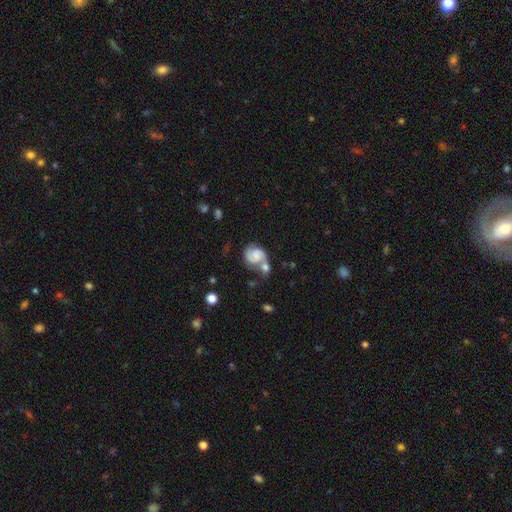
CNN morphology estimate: Overall: featured or disk (68%). Edge-on disk: no (98%). Bar: no (60%; weak 32%). Spiral arms: yes (93%). Spiral arm count: 2 (85%). Spiral winding: medium (49%; tight 32%). Bulge size: small (31%; none 28%). Merging: merger (38%, tied with none).